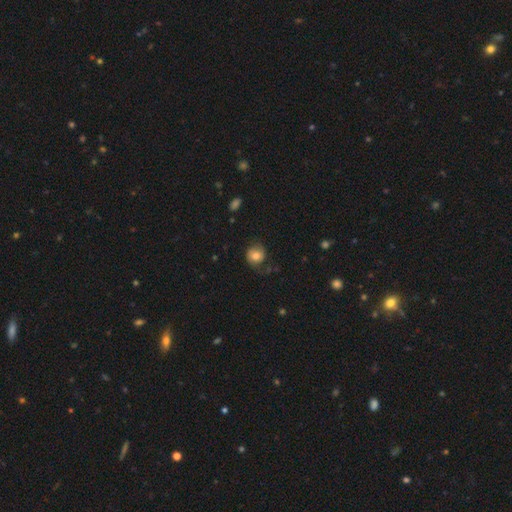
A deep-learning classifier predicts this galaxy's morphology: Overall: smooth (70%). How rounded: round (82%). Merging: none (62%; minor disturbance 23%).